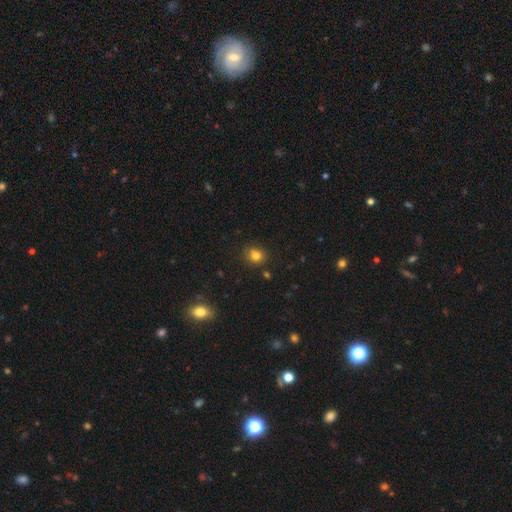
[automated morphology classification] This is likely a smooth galaxy (79%). How rounded: likely round (79%). Merging: likely none (79%).